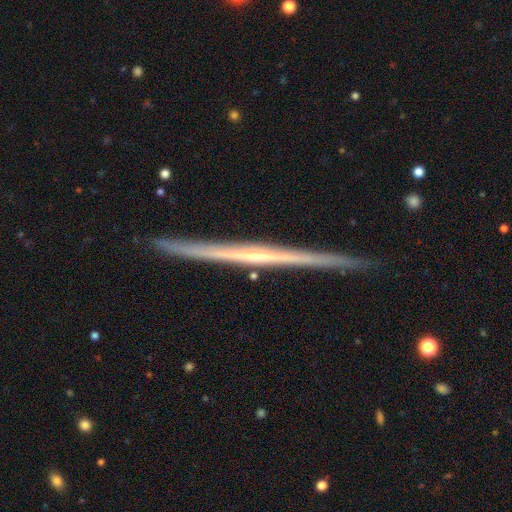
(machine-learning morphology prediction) type=featured or disk (78%); edge-on=yes (98%); edge-on bulge=none (79%); merging=none (91%).